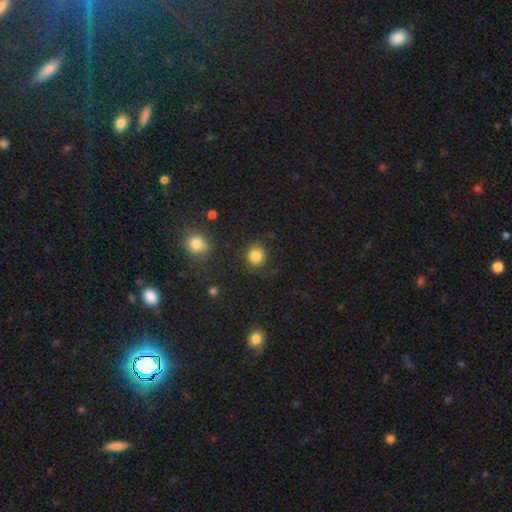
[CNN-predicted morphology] A smooth galaxy with no disk features (84%) that is round (88%). Merging: none (86%).